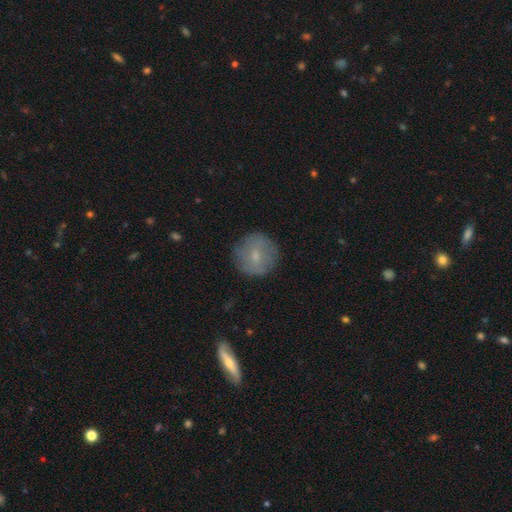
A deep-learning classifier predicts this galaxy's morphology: type=smooth (61%); roundness=round (93%); merging=none (82%).